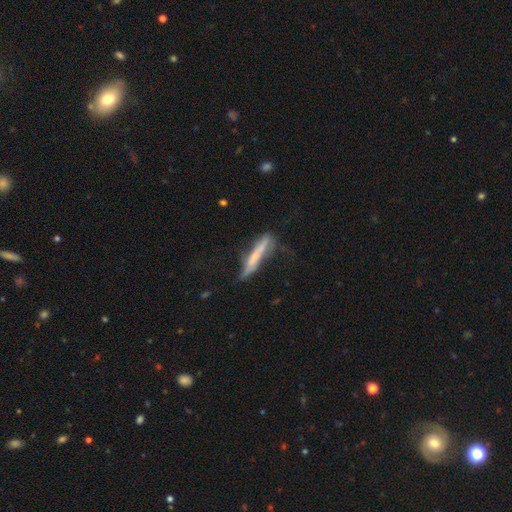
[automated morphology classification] This is possibly a smooth galaxy (51%). How rounded: clearly cigar-shaped (92%). Merging: possibly none (49%).